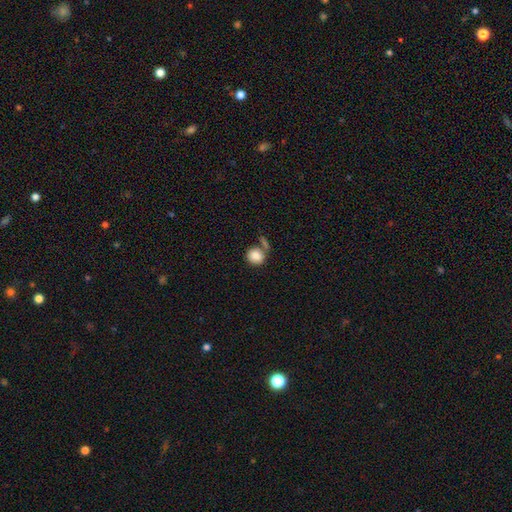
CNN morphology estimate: This is clearly a smooth galaxy (85%). How rounded: likely round (80%). Merging: possibly none (58%).